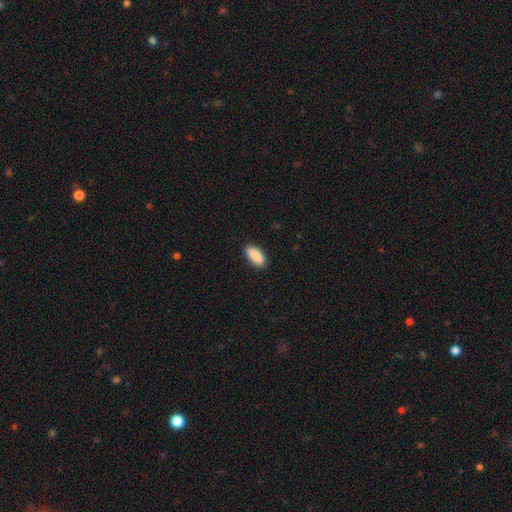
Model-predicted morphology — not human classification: smooth 90%, star or artifact 6%, featured or disk 4%. Down the decision tree: how rounded — in between (89%); merging — none (89%).